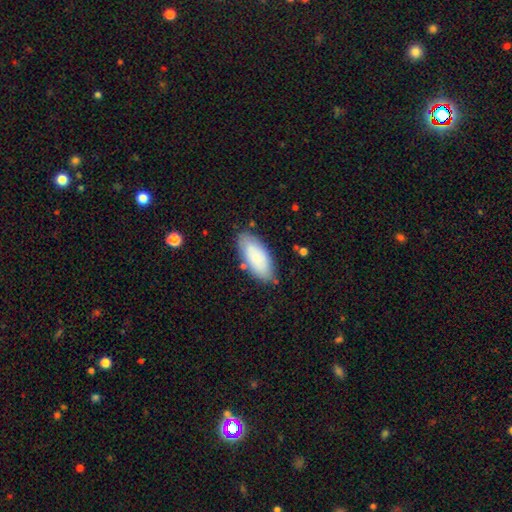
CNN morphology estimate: Smooth or featured? Predicted: smooth (p=0.79). How rounded? Predicted: in between (p=0.88). Merging? Predicted: none (p=0.77).